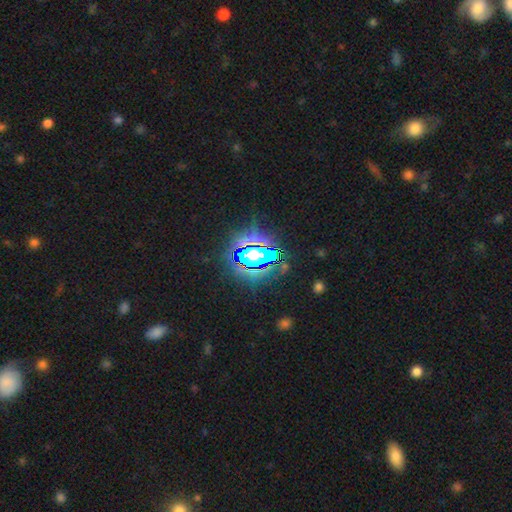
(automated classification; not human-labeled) A star or artifact, not a galaxy (72%).

Vote fractions:
- Smooth or featured? star or artifact: 72% / smooth: 16% / featured or disk: 12%